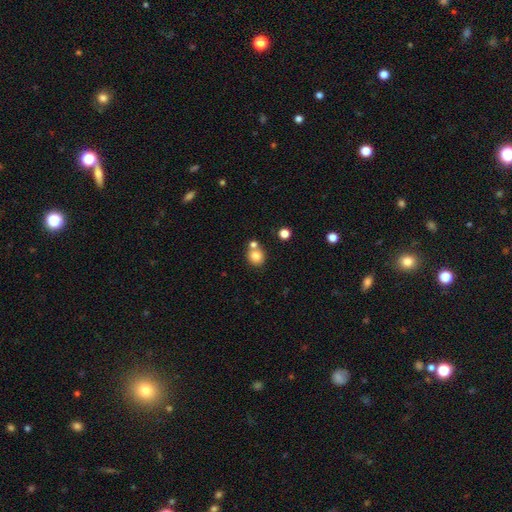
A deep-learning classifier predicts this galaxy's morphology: type=smooth (80%); roundness=round (82%); merging=none (58%).